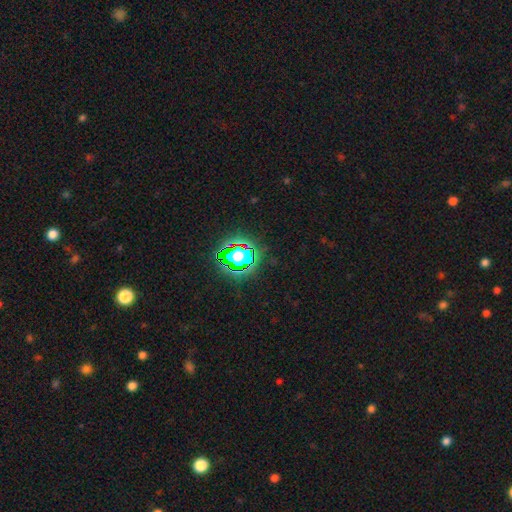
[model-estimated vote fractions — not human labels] Smooth or featured: star or artifact — 76% (smooth — 15%)